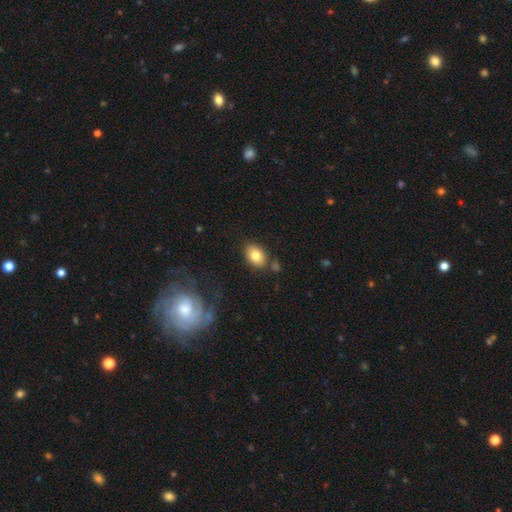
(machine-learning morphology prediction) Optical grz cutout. It shows a smooth galaxy with no disk features (82%) that is in between round and cigar-shaped (77%). Merging: none (77%).